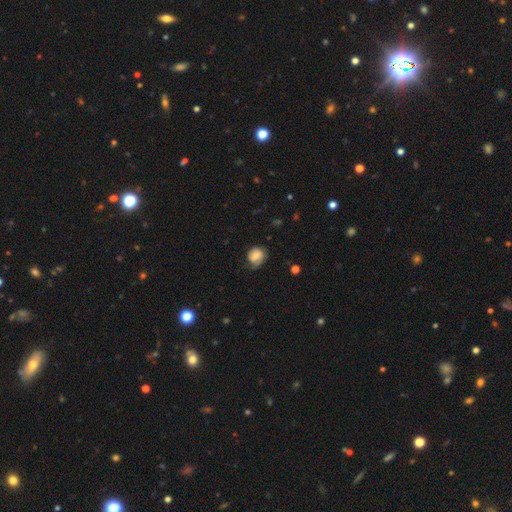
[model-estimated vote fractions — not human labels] Q: Smooth or featured?
A: smooth (67%); runner-up: featured or disk (24%)
Q: How rounded?
A: round (64%); runner-up: in between (35%)
Q: Merging?
A: none (54%); runner-up: minor disturbance (31%)